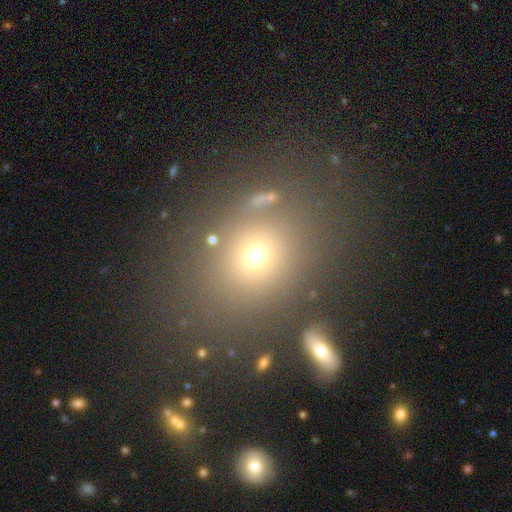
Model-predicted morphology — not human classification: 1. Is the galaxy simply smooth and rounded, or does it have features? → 65% smooth, 23% star or artifact, 13% featured or disk.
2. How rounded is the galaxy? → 64% round, 35% in between, 1% cigar-shaped.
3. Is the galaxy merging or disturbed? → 74% none, 11% minor disturbance, 8% merger, 6% major disturbance.